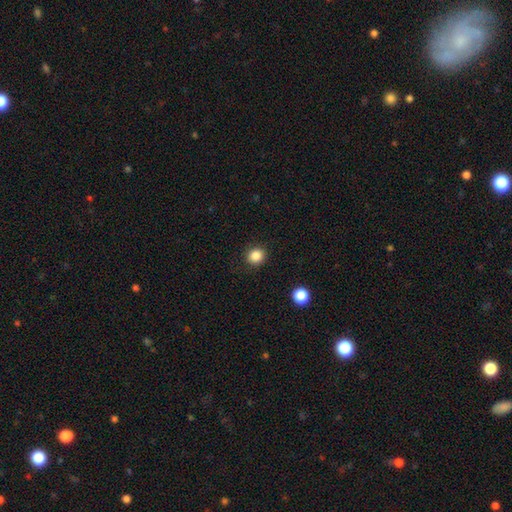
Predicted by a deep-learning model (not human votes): Smooth or featured?
  - smooth: 86% *
  - star or artifact: 11%
  - featured or disk: 4%
How rounded?
  - round: 86% *
  - in between: 13%
  - cigar-shaped: 1%
Merging?
  - none: 90% *
  - minor disturbance: 6%
  - major disturbance: 2%
  - merger: 1%